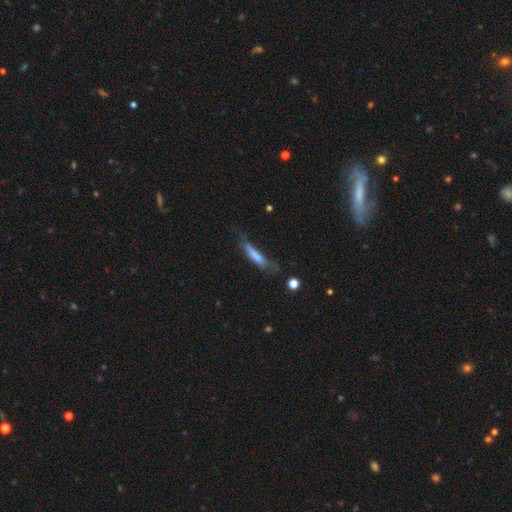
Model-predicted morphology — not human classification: Smooth or featured? smooth (60%)
How rounded? cigar-shaped (81%)
Merging? none (39%)